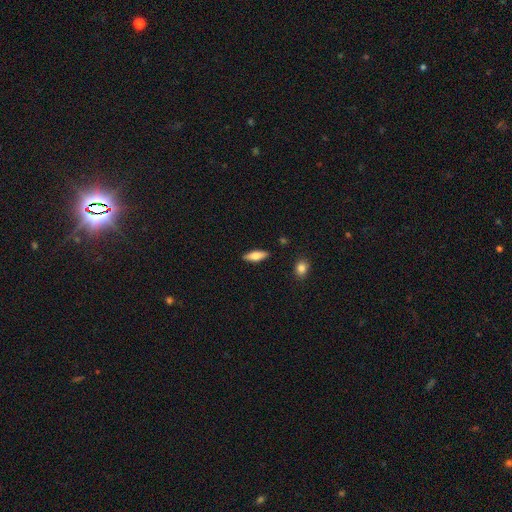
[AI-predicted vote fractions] Smooth or featured?
  - smooth: 69% *
  - featured or disk: 24%
  - star or artifact: 6%
How rounded?
  - in between: 56% *
  - cigar-shaped: 42%
  - round: 2%
Merging?
  - none: 88% *
  - minor disturbance: 9%
  - major disturbance: 2%
  - merger: 2%